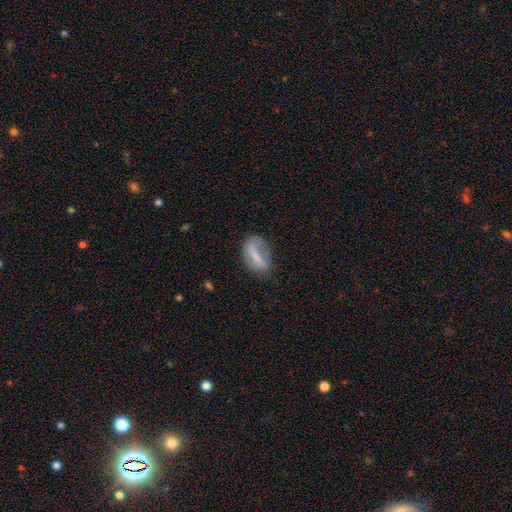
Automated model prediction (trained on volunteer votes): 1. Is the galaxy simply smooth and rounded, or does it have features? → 49% smooth, 42% featured or disk, 9% star or artifact.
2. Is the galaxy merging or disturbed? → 53% none, 26% minor disturbance, 18% major disturbance, 3% merger.